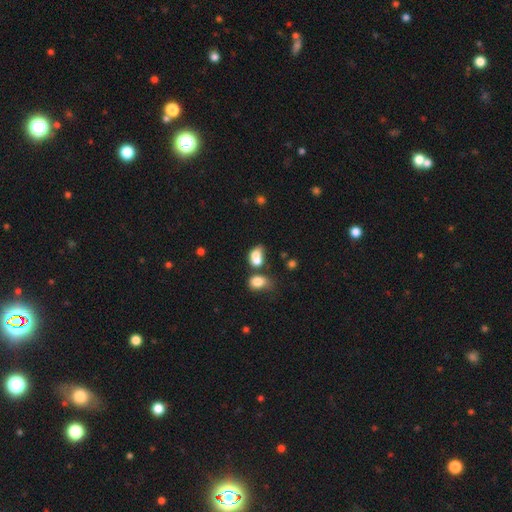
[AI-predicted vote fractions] Smooth or featured? Predicted: smooth (p=0.74). How rounded? Predicted: in between (p=0.74). Merging? Predicted: merger (p=0.59).